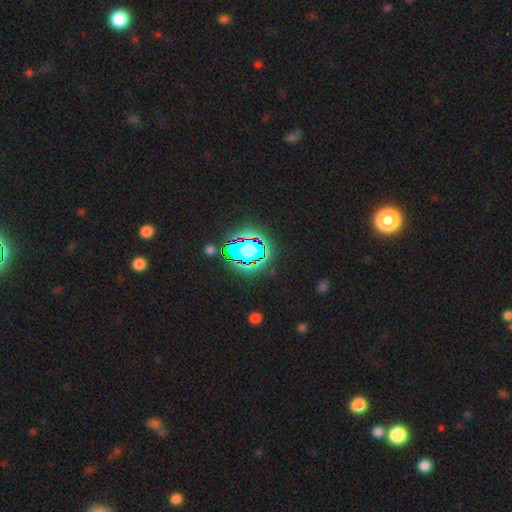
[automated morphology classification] star or artifact 80%, smooth 13%, featured or disk 7%.